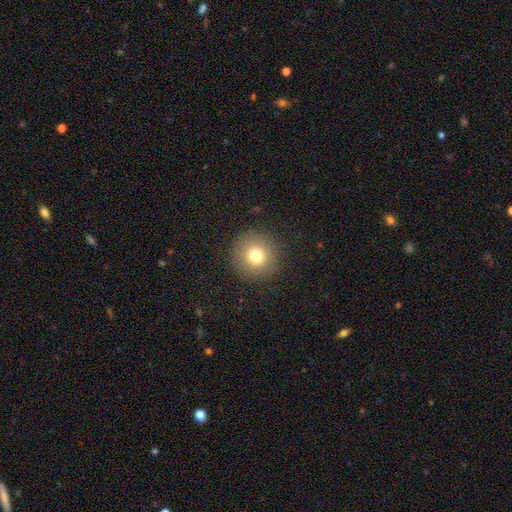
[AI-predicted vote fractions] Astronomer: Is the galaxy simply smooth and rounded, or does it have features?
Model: smooth — 77%.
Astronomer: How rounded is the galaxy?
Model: round — 96%.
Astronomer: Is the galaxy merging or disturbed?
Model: none — 91%.